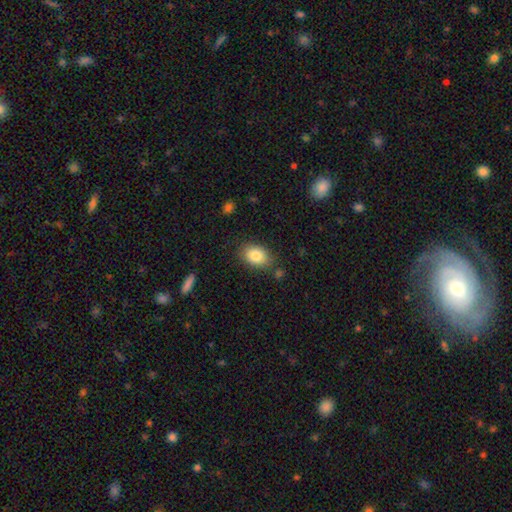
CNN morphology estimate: A smooth galaxy with no disk features (84%) that is in between round and cigar-shaped (81%). Merging: none (81%).